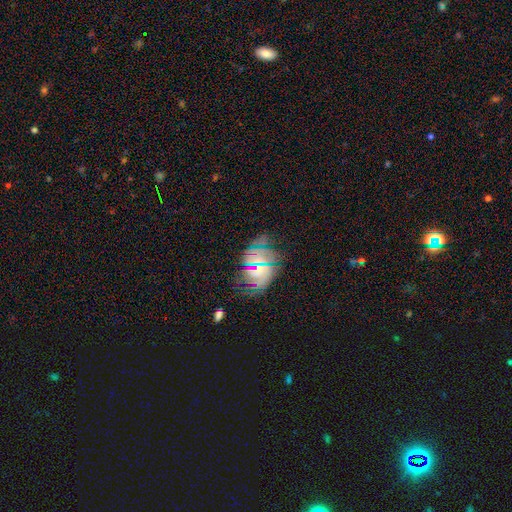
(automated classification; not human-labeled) This is possibly a featured or disk galaxy (50%). It is clearly not viewed edge-on (95%). Merging: likely none (65%).